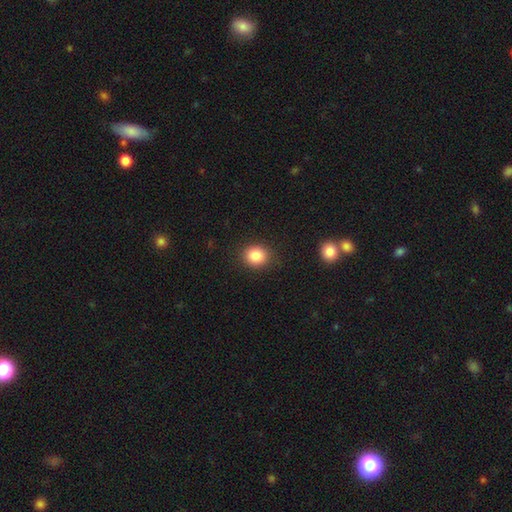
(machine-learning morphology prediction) The model was most divided on "how rounded": round: 76%, in between: 23%, cigar-shaped: 1%. More confident: merging — none (89%); smooth or featured — smooth (85%).